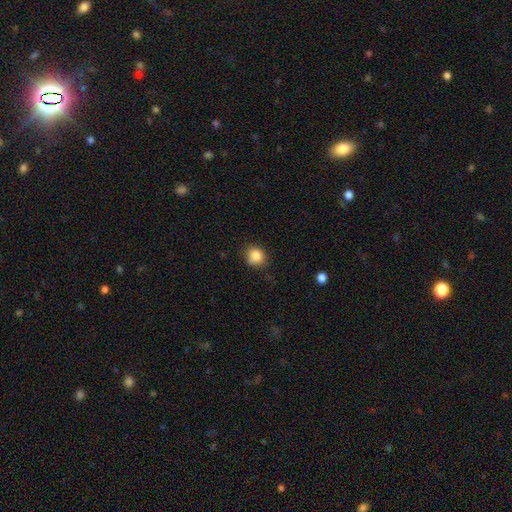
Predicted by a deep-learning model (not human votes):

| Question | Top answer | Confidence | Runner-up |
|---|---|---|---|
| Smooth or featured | smooth | 85% | star or artifact (10%) |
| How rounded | round | 78% | in between (21%) |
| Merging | none | 73% | minor disturbance (21%) |